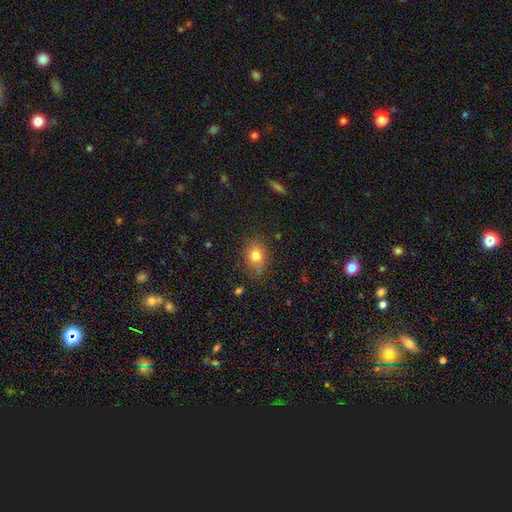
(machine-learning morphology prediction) This is likely a smooth galaxy (79%). How rounded: possibly round (59%). Merging: likely none (71%).